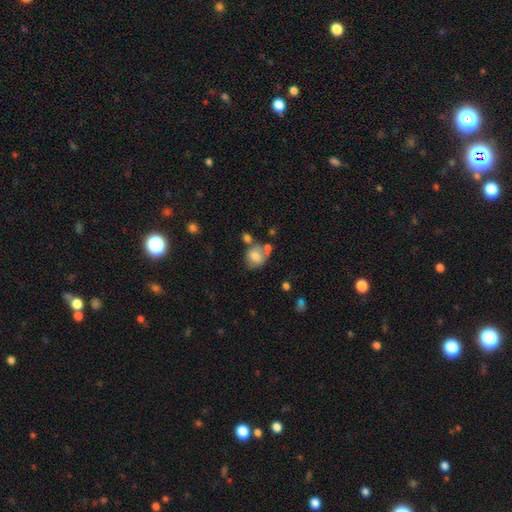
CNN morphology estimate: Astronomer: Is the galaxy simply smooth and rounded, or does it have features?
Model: smooth — 69%.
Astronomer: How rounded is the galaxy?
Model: in between — 50% (runner-up: round, 49%).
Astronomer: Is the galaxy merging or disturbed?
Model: none — 38% (runner-up: merger, 26%).